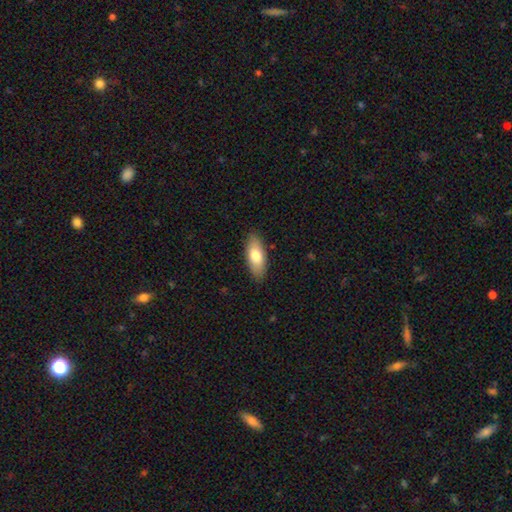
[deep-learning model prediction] This appears to be a smooth galaxy with no disk features (75%) that is in between round and cigar-shaped (81%). Merging: none (87%).